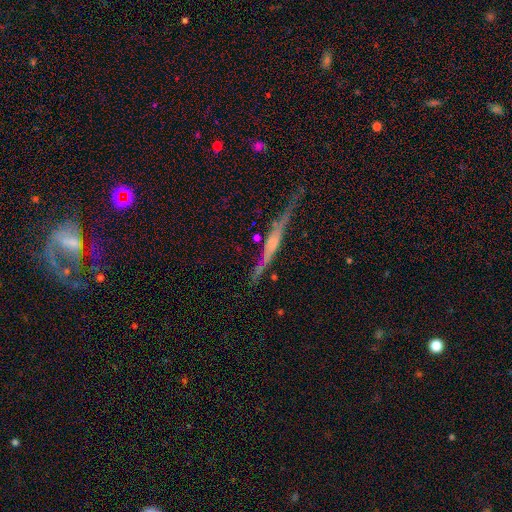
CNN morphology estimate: Smooth or featured? Predicted: featured or disk (p=0.58). Edge-on disk? Predicted: yes (p=0.90). Edge-on bulge? Predicted: rounded (p=0.41). Merging? Predicted: none (p=0.69).